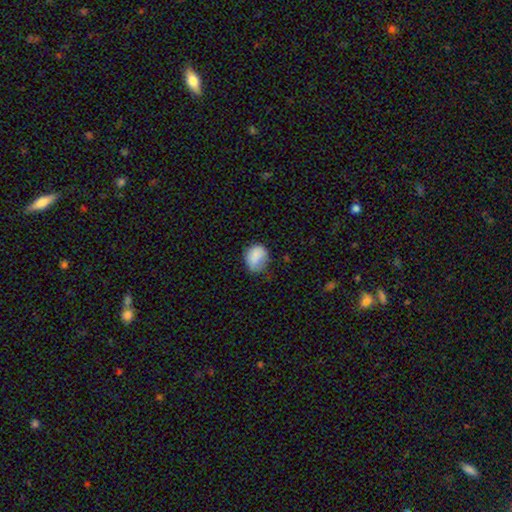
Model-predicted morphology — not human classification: The model was most divided on "how rounded": in between: 55%, round: 44%, cigar-shaped: 1%. More confident: smooth or featured — smooth (85%); merging — none (53%).